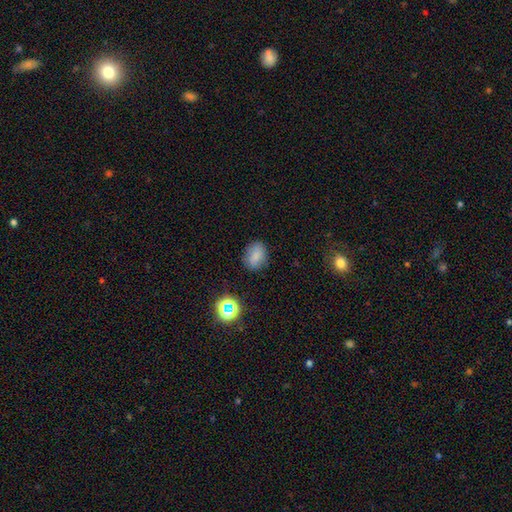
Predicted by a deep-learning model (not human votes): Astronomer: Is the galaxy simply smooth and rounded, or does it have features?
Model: smooth — 80%.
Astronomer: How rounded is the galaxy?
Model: in between — 63%.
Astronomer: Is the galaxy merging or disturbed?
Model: none — 82%.